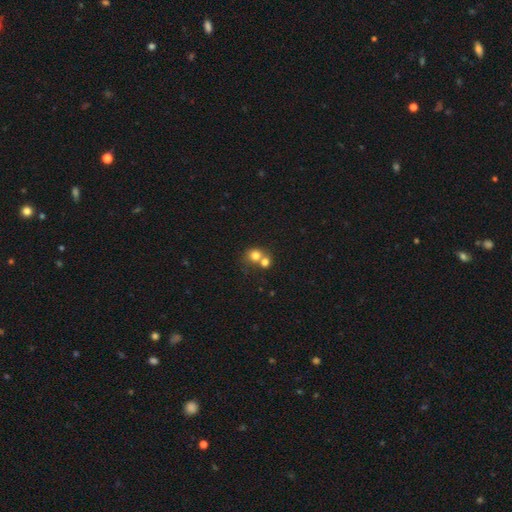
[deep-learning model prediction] This is likely a smooth galaxy (76%). How rounded: likely round (78%). Merging: possibly merger (56%).